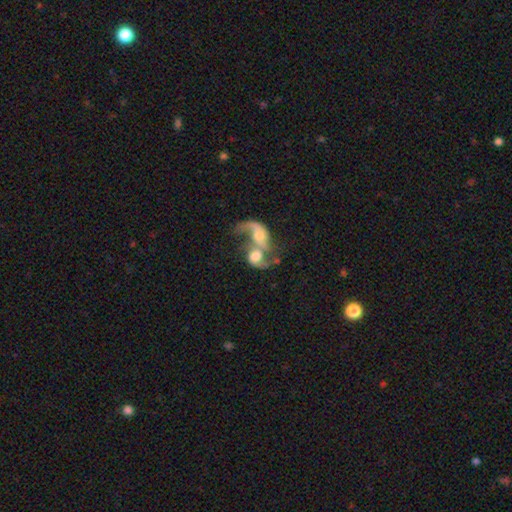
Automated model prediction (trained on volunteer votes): Smooth or featured: featured or disk — 62% (smooth — 30%)
Edge-on disk: no — 97% (yes — 3%)
Bar: no — 67% (weak — 26%)
Spiral arms: yes — 73% (no — 27%)
Bulge size: moderate — 42% (large — 25%)
Merging: merger — 78% (major disturbance — 11%)